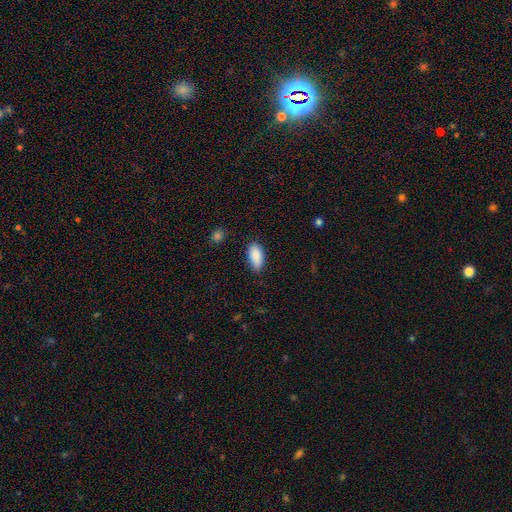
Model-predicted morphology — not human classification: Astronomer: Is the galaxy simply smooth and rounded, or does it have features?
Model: smooth — 88%.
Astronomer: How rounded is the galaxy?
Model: in between — 92%.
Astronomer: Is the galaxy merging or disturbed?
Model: none — 80%.